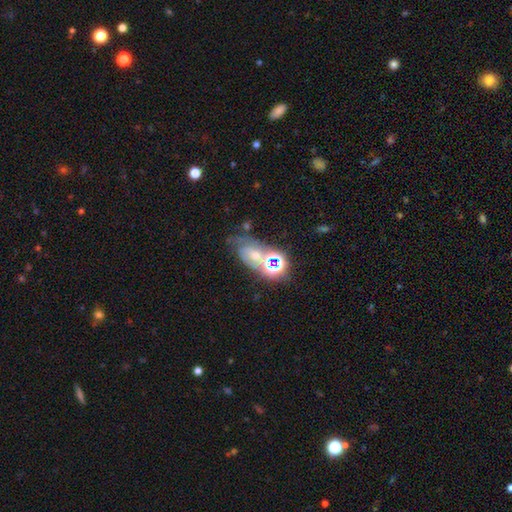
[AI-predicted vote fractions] Smooth or featured: featured or disk — 53% (star or artifact — 27%)
Edge-on disk: no — 94% (yes — 6%)
Merging: none — 47% (minor disturbance — 20%)